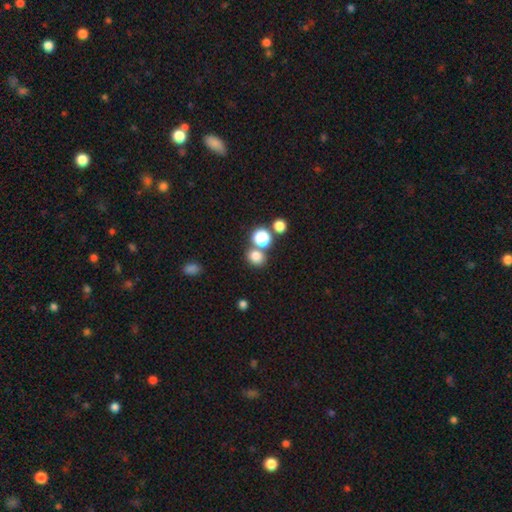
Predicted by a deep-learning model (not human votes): Smooth or featured: smooth — 78% (star or artifact — 16%)
How rounded: round — 73% (in between — 26%)
Merging: none — 64% (merger — 24%)